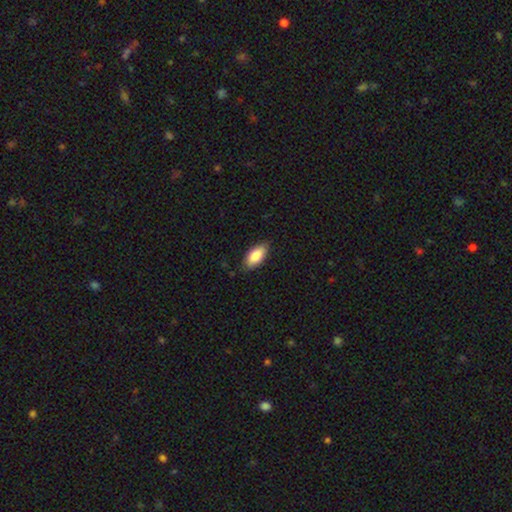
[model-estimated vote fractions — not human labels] Smooth or featured: smooth — 84% (featured or disk — 10%)
How rounded: in between — 88% (cigar-shaped — 9%)
Merging: none — 84% (minor disturbance — 13%)